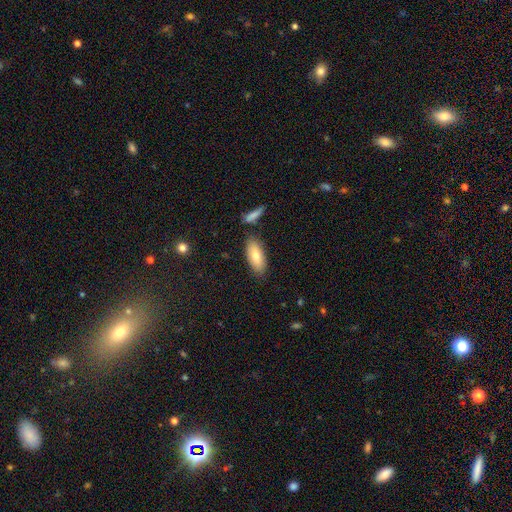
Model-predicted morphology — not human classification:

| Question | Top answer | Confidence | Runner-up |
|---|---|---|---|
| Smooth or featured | smooth | 76% | featured or disk (17%) |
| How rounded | in between | 82% | cigar-shaped (15%) |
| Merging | none | 79% | minor disturbance (12%) |